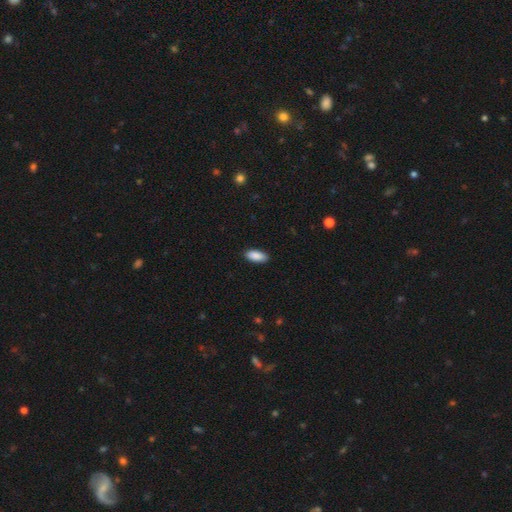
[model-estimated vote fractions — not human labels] Smooth or featured? Predicted: smooth (p=0.90). How rounded? Predicted: in between (p=0.86). Merging? Predicted: none (p=0.89).